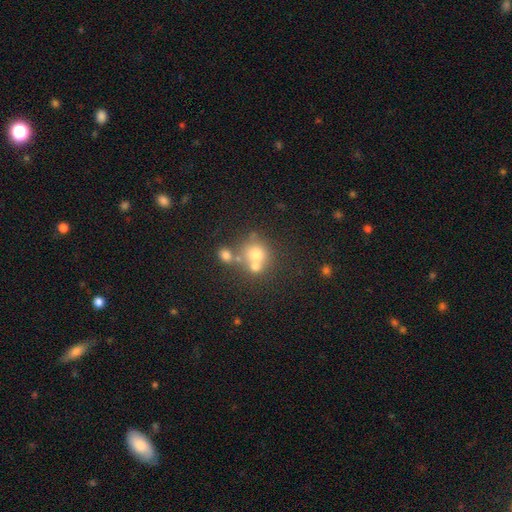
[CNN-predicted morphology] This appears to be a smooth galaxy with no disk features (65%) that is round (82%). Merging: none (44%).